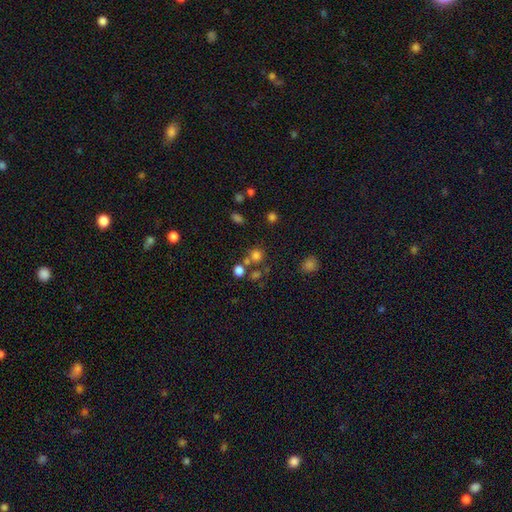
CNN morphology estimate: A smooth galaxy with no disk features (73%) that is round (87%). Merging: none (63%).